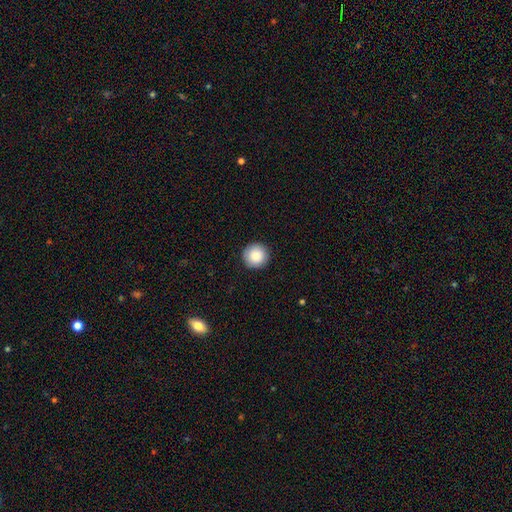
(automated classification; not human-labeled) A smooth galaxy with no disk features (87%) that is round (96%).

Vote fractions:
- Smooth or featured? smooth: 87% / star or artifact: 8% / featured or disk: 5%
- How rounded? round: 96% / in between: 3% / cigar-shaped: 1%
- Merging? none: 92% / minor disturbance: 6% / major disturbance: 2% / merger: 1%